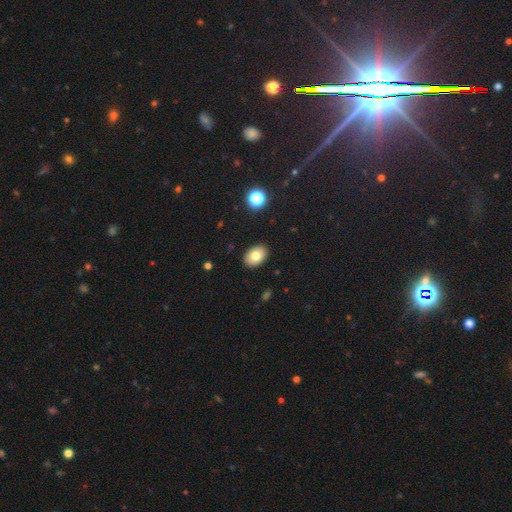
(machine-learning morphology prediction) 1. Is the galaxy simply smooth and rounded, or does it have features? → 77% smooth, 14% featured or disk, 9% star or artifact.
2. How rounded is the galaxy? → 85% in between, 14% round, 1% cigar-shaped.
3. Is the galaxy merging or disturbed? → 89% none, 8% minor disturbance, 2% major disturbance, 1% merger.